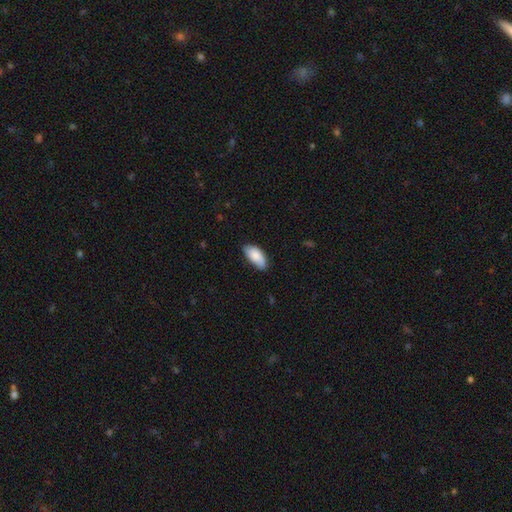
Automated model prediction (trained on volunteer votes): A smooth galaxy with no disk features (83%) that is in between round and cigar-shaped (92%). Merging: none (69%).